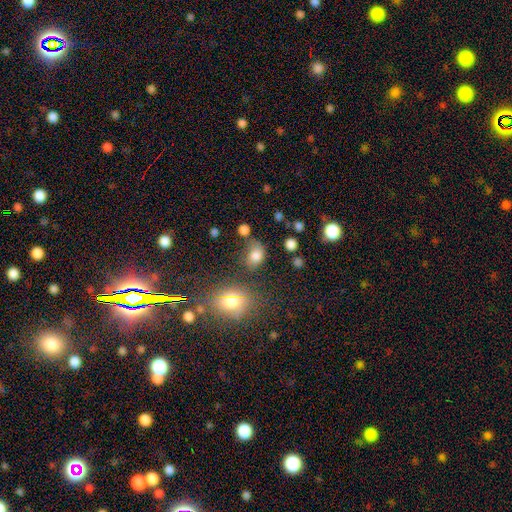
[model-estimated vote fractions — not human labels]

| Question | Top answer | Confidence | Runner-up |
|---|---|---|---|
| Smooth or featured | smooth | 78% | star or artifact (13%) |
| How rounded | in between | 68% | round (31%) |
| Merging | none | 52% | minor disturbance (26%) |